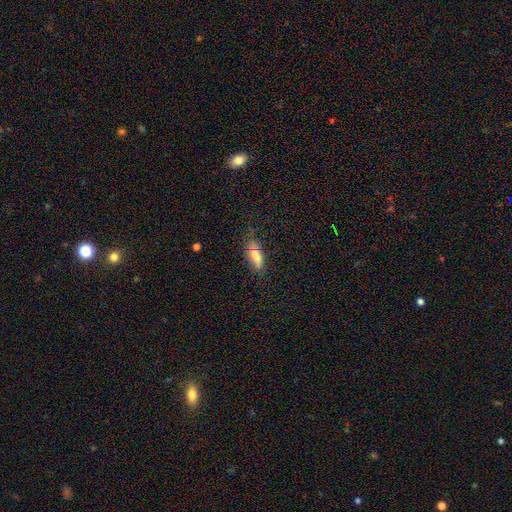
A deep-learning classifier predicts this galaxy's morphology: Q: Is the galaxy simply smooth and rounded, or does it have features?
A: smooth — 75%.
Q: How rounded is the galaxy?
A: in between — 63%.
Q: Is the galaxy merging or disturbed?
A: none — 57%.